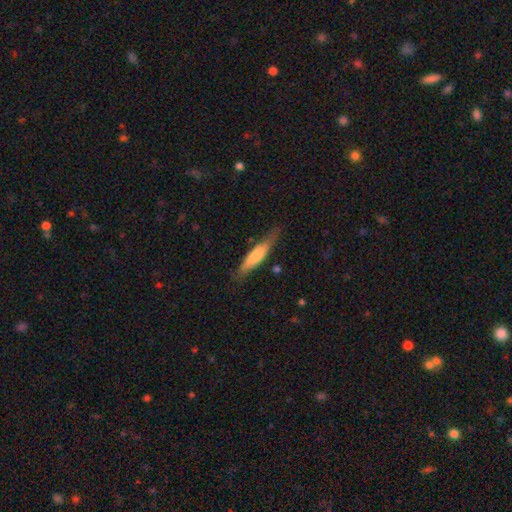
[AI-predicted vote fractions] Smooth or featured? smooth (62%)
How rounded? cigar-shaped (77%)
Merging? none (72%)